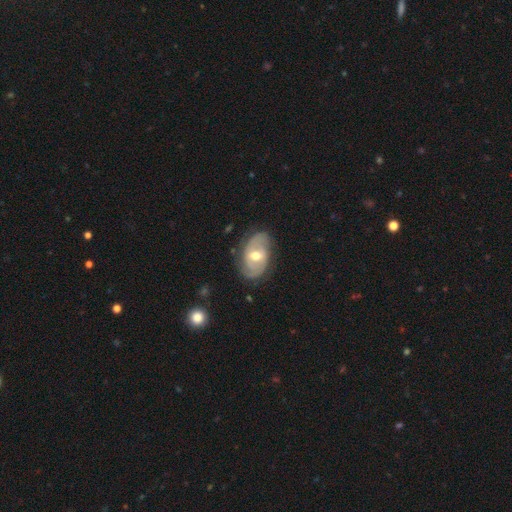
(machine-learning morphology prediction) This is likely a featured or disk galaxy (77%). It is clearly not viewed edge-on (95%). Bar: possibly weak (47%). Spiral arm pattern: clearly yes (85%). Spiral arm count: likely 2 (70%). Spiral winding: possibly tight (47%). Central bulge: likely moderate (77%). Merging: likely none (75%).